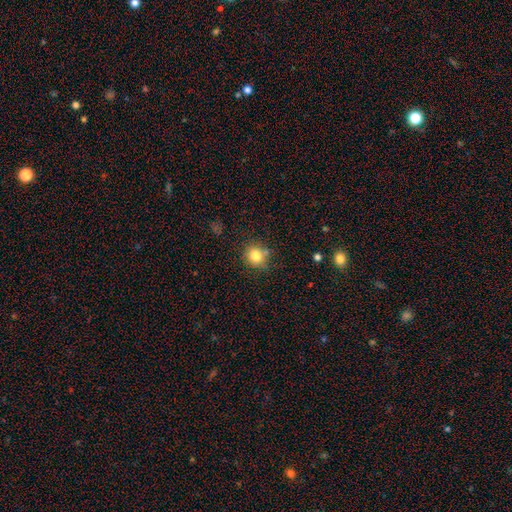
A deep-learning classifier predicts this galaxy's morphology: smooth-or-featured: smooth: 81% | star or artifact: 11% | featured or disk: 8%
  how-rounded: round: 85% | in between: 14% | cigar-shaped: 1%
  merging: none: 75% | minor disturbance: 14% | merger: 7% | major disturbance: 4%